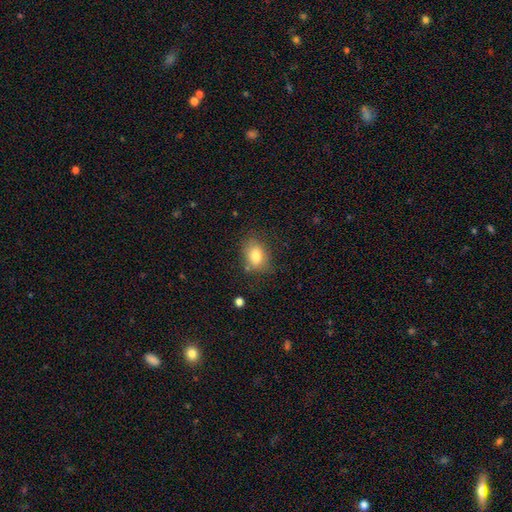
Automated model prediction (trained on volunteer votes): Smooth or featured? Predicted: smooth (p=0.81). How rounded? Predicted: in between (p=0.78). Merging? Predicted: none (p=0.72).